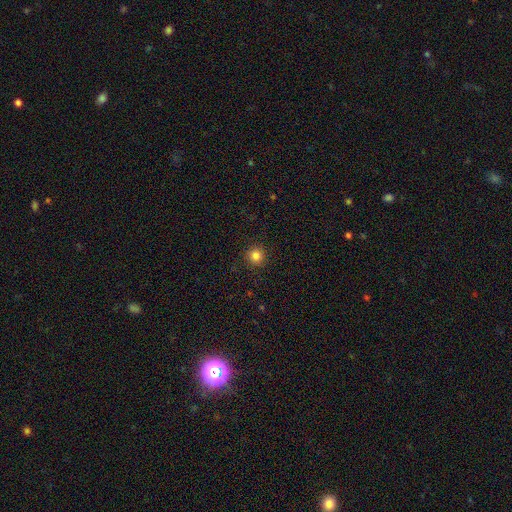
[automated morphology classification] Smooth or featured? Predicted: smooth (p=0.84). How rounded? Predicted: round (p=0.95). Merging? Predicted: none (p=0.91).